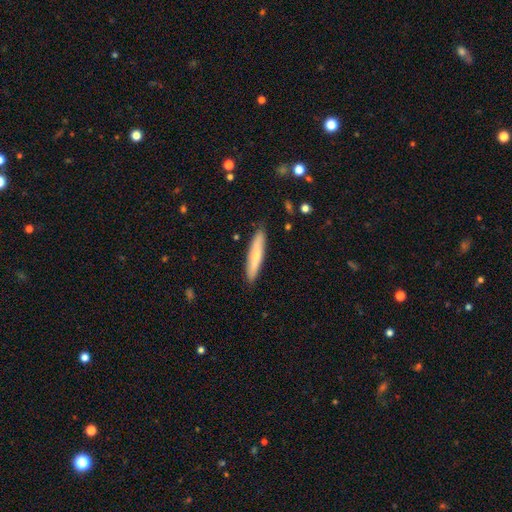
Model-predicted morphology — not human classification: Q: Smooth or featured?
A: smooth (67%); runner-up: featured or disk (28%)
Q: How rounded?
A: cigar-shaped (89%); runner-up: in between (10%)
Q: Merging?
A: none (89%); runner-up: minor disturbance (9%)